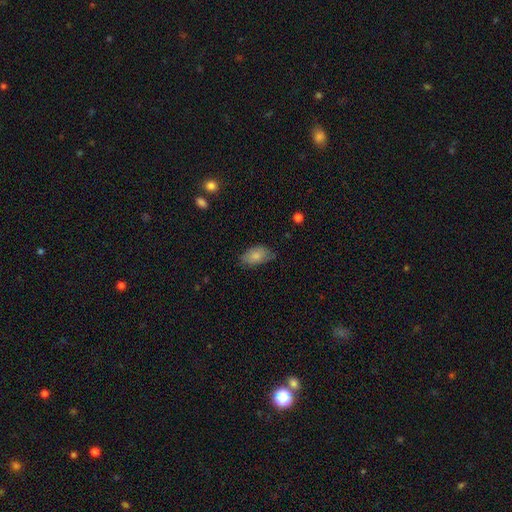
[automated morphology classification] smooth-or-featured: smooth: 80% | featured or disk: 13% | star or artifact: 7%
  how-rounded: in between: 93% | round: 5% | cigar-shaped: 2%
  merging: none: 68% | minor disturbance: 26% | major disturbance: 5% | merger: 1%